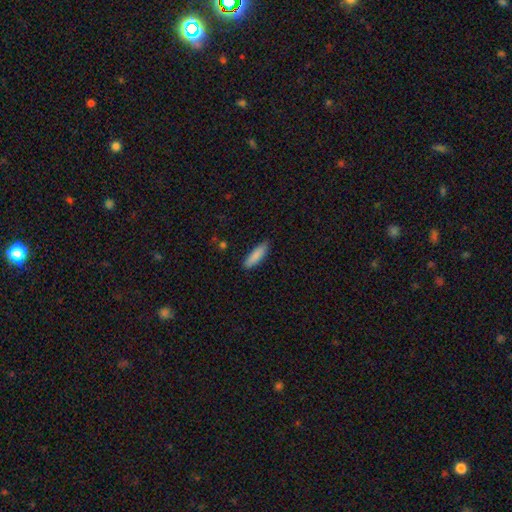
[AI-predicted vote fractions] smooth 86%, featured or disk 8%, star or artifact 6%. Down the decision tree: how rounded — cigar-shaped (60%); merging — none (85%).